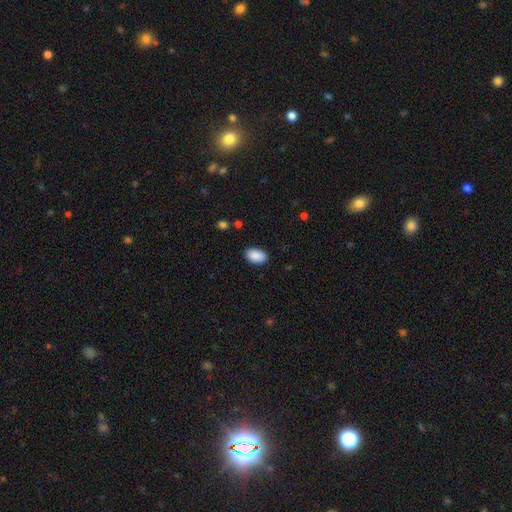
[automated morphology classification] Smooth or featured? Predicted: smooth (p=0.90). How rounded? Predicted: in between (p=0.91). Merging? Predicted: none (p=0.87).